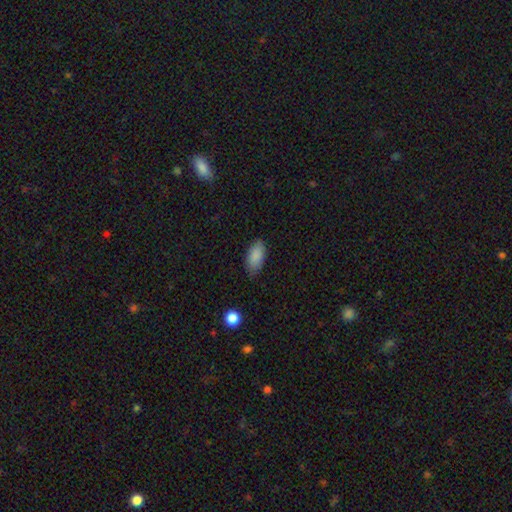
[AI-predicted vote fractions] The model was most divided on "merging": none: 79%, minor disturbance: 17%, major disturbance: 3%, merger: 1%. More confident: how rounded — in between (92%); smooth or featured — smooth (88%).